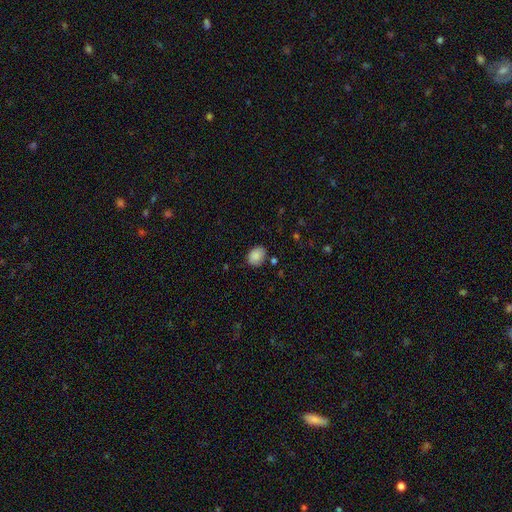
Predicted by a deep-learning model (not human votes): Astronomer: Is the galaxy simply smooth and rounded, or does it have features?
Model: smooth — 88%.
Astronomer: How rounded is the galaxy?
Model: in between — 62%.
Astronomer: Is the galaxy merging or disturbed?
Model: none — 78%.